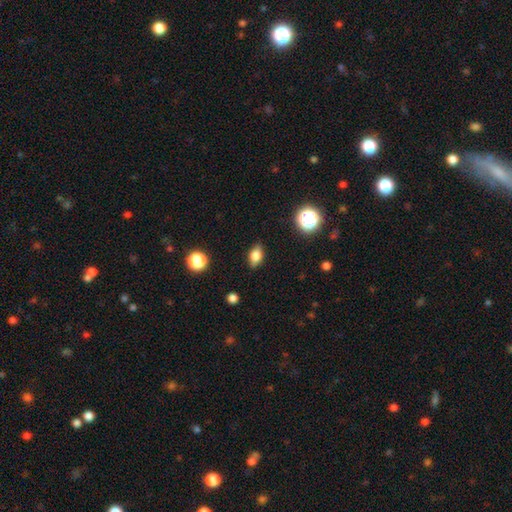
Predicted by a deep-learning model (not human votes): smooth-or-featured: smooth: 76% | featured or disk: 13% | star or artifact: 11%
  how-rounded: in between: 81% | round: 14% | cigar-shaped: 5%
  merging: none: 84% | minor disturbance: 12% | major disturbance: 3% | merger: 1%